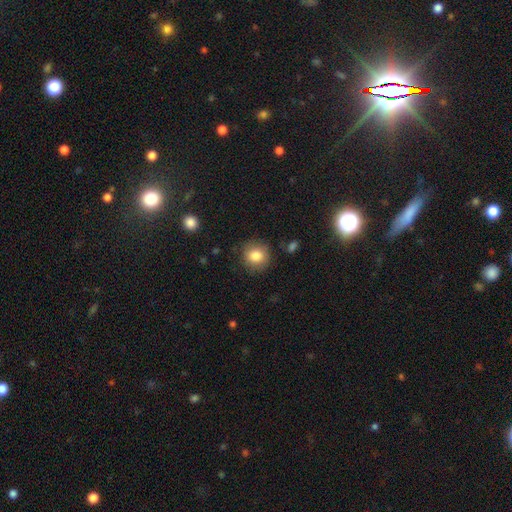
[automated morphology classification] Smooth or featured: smooth — 83% (star or artifact — 9%)
How rounded: round — 89% (in between — 10%)
Merging: none — 85% (minor disturbance — 11%)